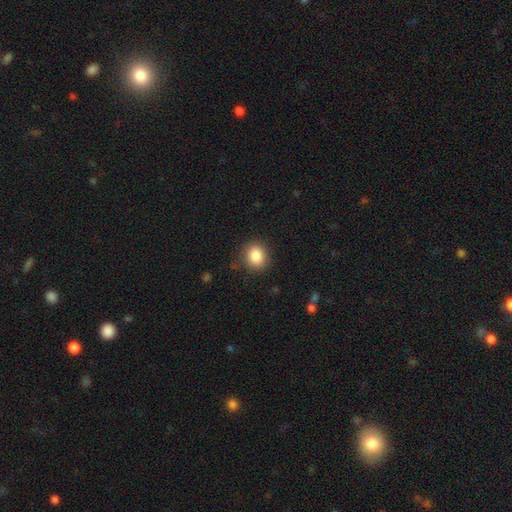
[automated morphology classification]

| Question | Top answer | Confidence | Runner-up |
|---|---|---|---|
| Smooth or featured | smooth | 85% | star or artifact (10%) |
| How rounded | round | 73% | in between (26%) |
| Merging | none | 86% | minor disturbance (10%) |